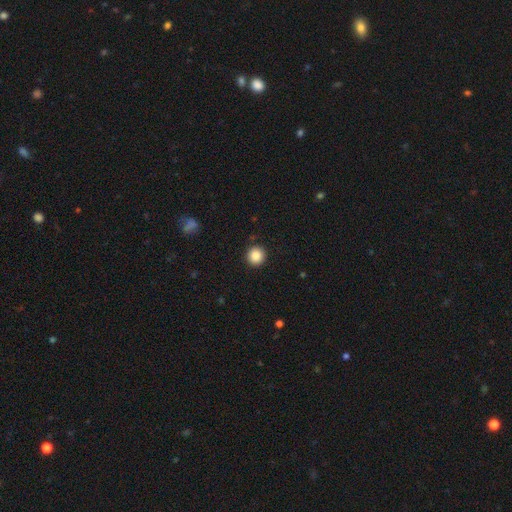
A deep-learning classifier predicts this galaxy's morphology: This appears to be a smooth galaxy with no disk features (87%) that is round (95%). Merging: none (91%).